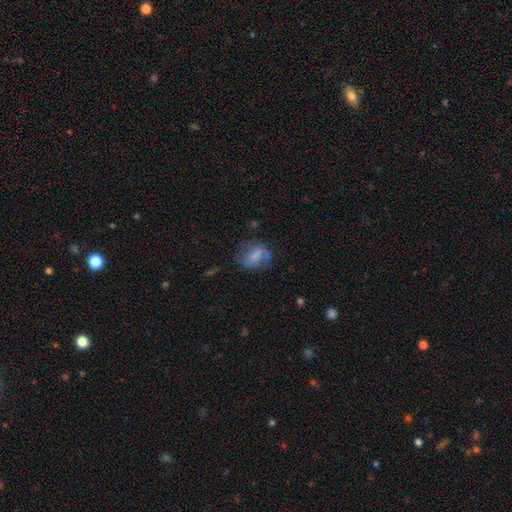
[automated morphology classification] Q: Smooth or featured?
A: smooth (47%); runner-up: featured or disk (43%)
Q: Merging?
A: none (50%); runner-up: minor disturbance (25%)